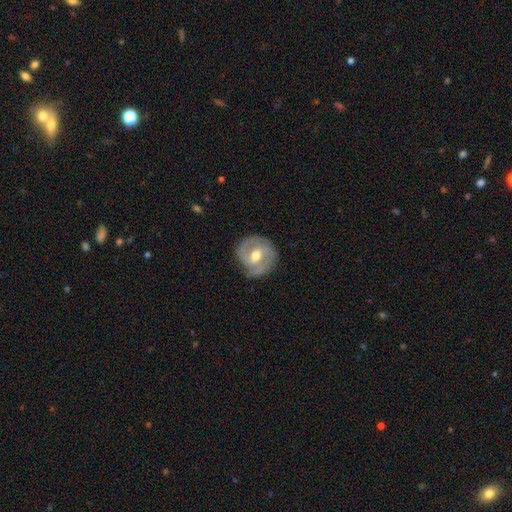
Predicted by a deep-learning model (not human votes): This appears to be a featured or disk galaxy (72%) with a weak bar (51%), 2 (72%) tight (47%) spiral arms (84%) and a moderate central bulge (76%). Merging: none (77%).